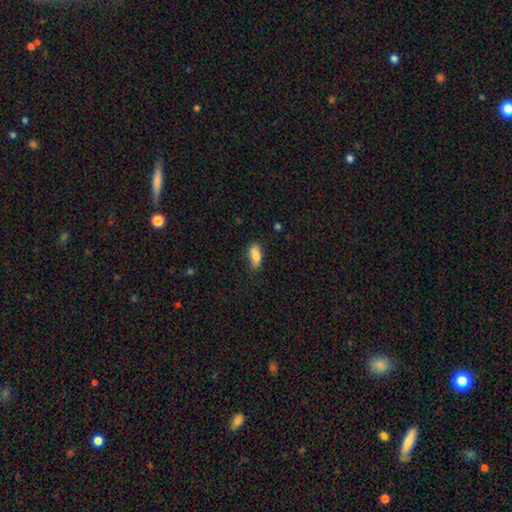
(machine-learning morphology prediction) A smooth galaxy with no disk features (77%) that is in between round and cigar-shaped (83%).

Vote fractions:
- Smooth or featured? smooth: 77% / featured or disk: 15% / star or artifact: 8%
- How rounded? in between: 83% / cigar-shaped: 12% / round: 4%
- Merging? none: 59% / minor disturbance: 26% / merger: 8% / major disturbance: 7%